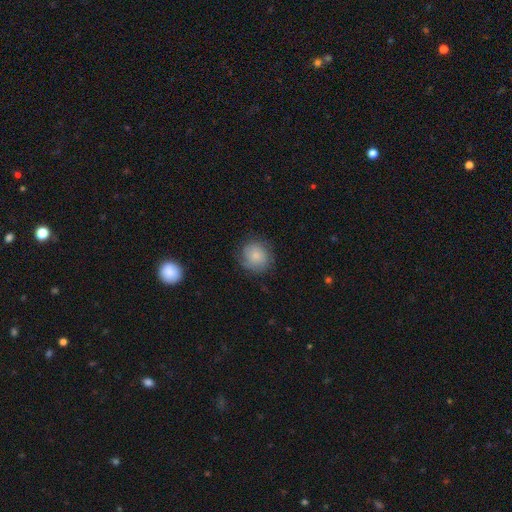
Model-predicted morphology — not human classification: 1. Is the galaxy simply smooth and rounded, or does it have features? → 70% smooth, 22% featured or disk, 7% star or artifact.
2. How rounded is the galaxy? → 85% round, 14% in between, 1% cigar-shaped.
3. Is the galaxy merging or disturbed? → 76% none, 17% minor disturbance, 6% major disturbance, 1% merger.